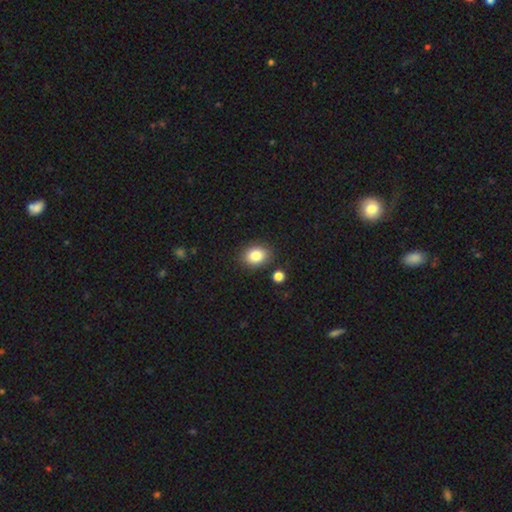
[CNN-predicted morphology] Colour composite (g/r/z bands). It shows a smooth galaxy with no disk features (85%) that is in between round and cigar-shaped (56%). Merging: none (84%).